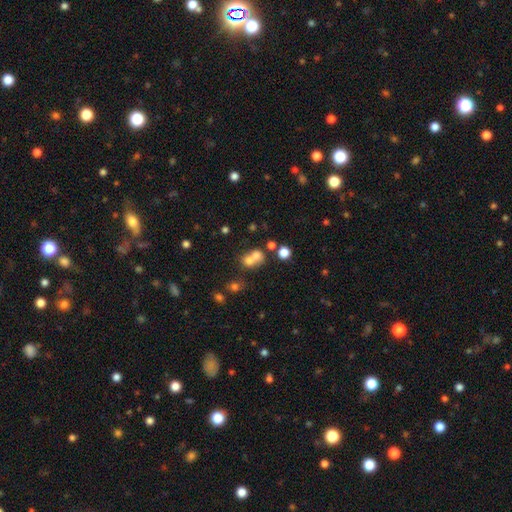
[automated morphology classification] A smooth galaxy with no disk features (61%) that is round (72%). Merging: merger (56%).